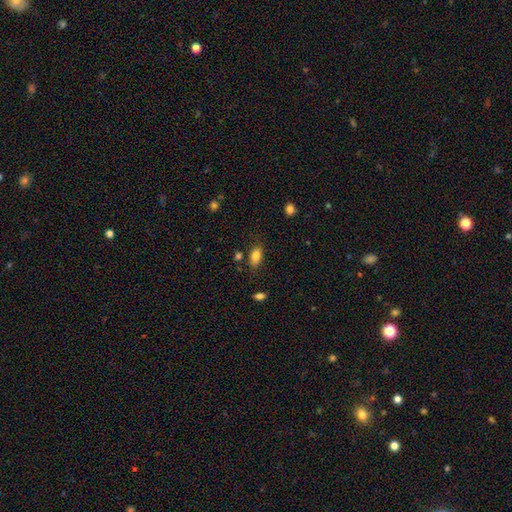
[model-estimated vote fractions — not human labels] smooth-or-featured: smooth: 83% | featured or disk: 9% | star or artifact: 8%
  how-rounded: in between: 88% | round: 7% | cigar-shaped: 5%
  merging: none: 74% | minor disturbance: 17% | major disturbance: 4% | merger: 4%